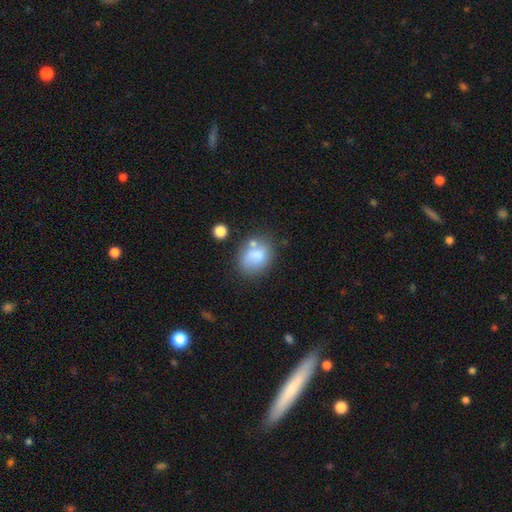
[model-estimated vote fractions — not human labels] Smooth or featured?
  - smooth: 75% *
  - featured or disk: 15%
  - star or artifact: 9%
How rounded?
  - in between: 55% *
  - round: 44%
  - cigar-shaped: 1%
Merging?
  - none: 53% *
  - minor disturbance: 22%
  - merger: 16%
  - major disturbance: 9%